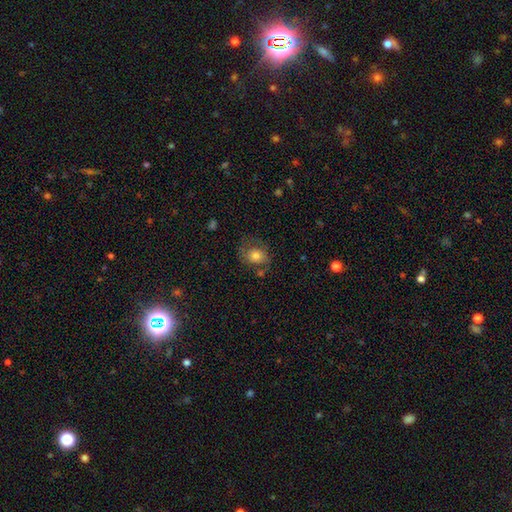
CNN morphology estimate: Smooth or featured? smooth (58%)
How rounded? round (52%)
Merging? none (55%)